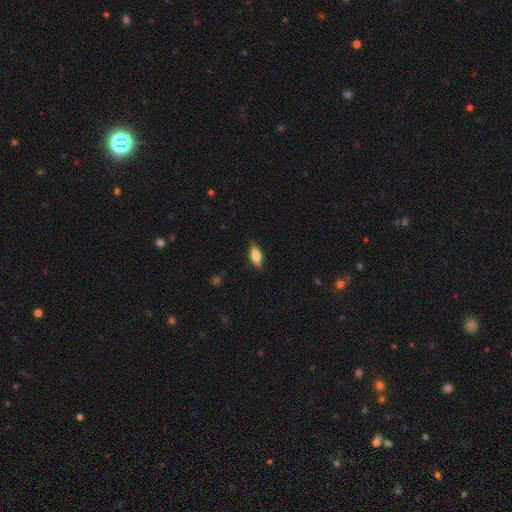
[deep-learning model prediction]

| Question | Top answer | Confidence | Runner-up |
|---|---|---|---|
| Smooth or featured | smooth | 61% | featured or disk (32%) |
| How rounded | in between | 73% | cigar-shaped (23%) |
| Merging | none | 83% | minor disturbance (13%) |